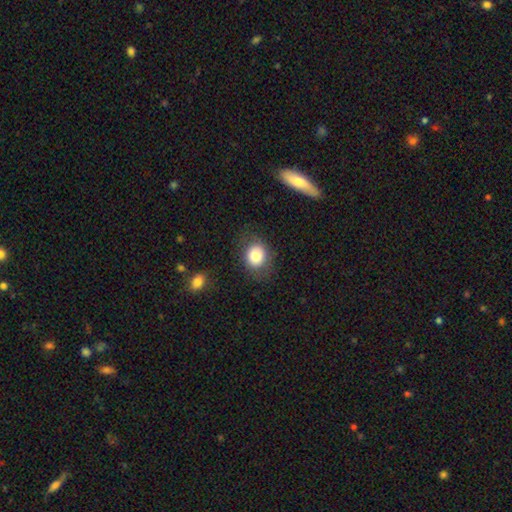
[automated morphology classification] Smooth or featured: smooth — 80% (featured or disk — 10%)
How rounded: round — 60% (in between — 39%)
Merging: none — 79% (minor disturbance — 14%)